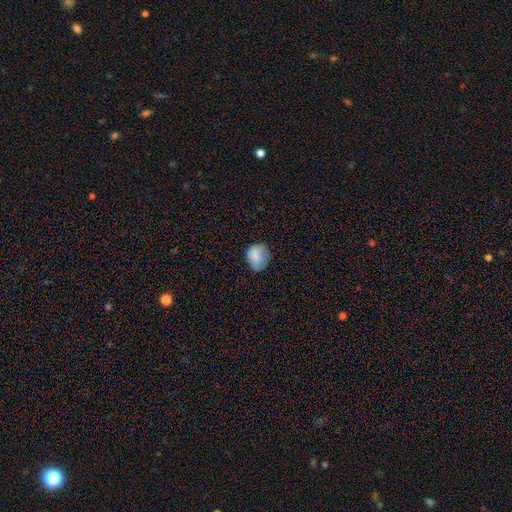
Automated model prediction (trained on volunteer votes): Q: Smooth or featured?
A: smooth (84%); runner-up: featured or disk (8%)
Q: How rounded?
A: round (55%); runner-up: in between (45%)
Q: Merging?
A: none (64%); runner-up: minor disturbance (28%)